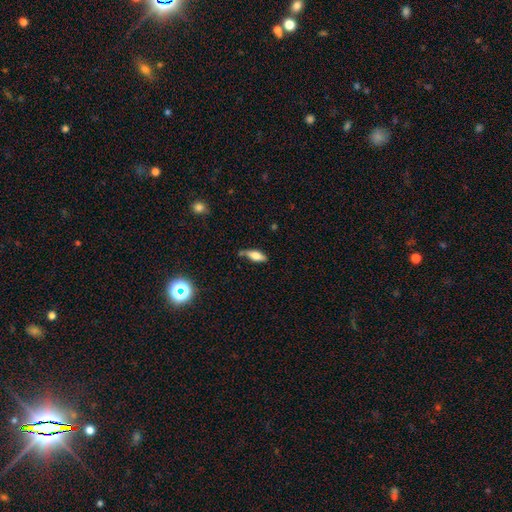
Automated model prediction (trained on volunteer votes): Smooth or featured: smooth — 63% (featured or disk — 29%)
How rounded: in between — 66% (cigar-shaped — 31%)
Merging: none — 67% (minor disturbance — 23%)